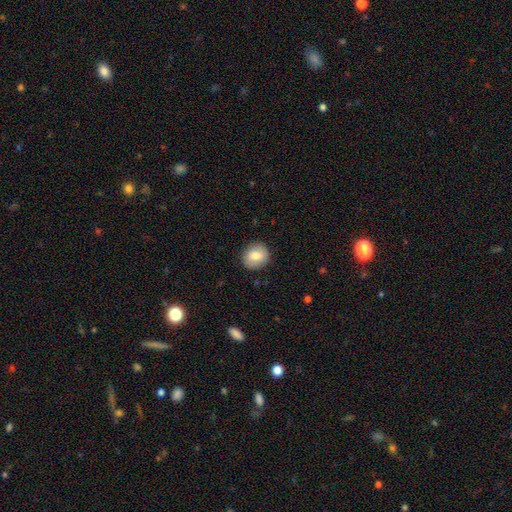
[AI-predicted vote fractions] smooth_or_featured: smooth (p=0.78) [alt: featured or disk p=0.14]
how_rounded: round (p=0.81) [alt: in between p=0.18]
merging: none (p=0.88) [alt: minor disturbance p=0.08]